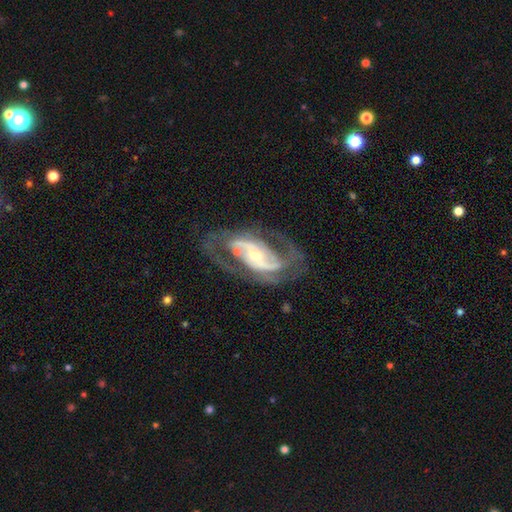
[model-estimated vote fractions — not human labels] This appears to be a featured or disk galaxy (89%) with no bar (40%), 2 (76%) medium (51%) spiral arms (94%) and a small central bulge (56%). Merging: none (67%).